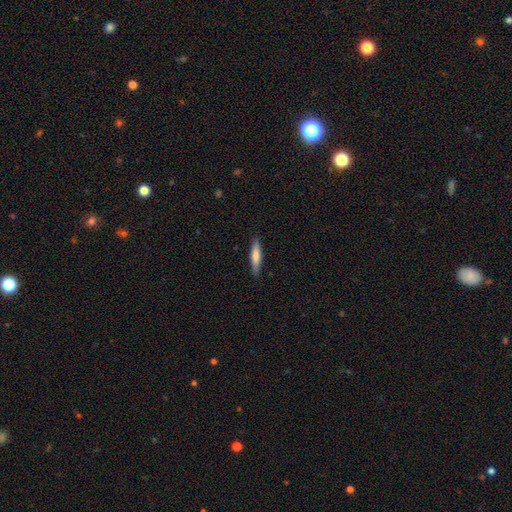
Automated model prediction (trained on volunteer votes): smooth-or-featured: smooth: 72% | featured or disk: 23% | star or artifact: 5%
  how-rounded: cigar-shaped: 84% | in between: 14% | round: 1%
  merging: none: 89% | minor disturbance: 8% | major disturbance: 2% | merger: 1%